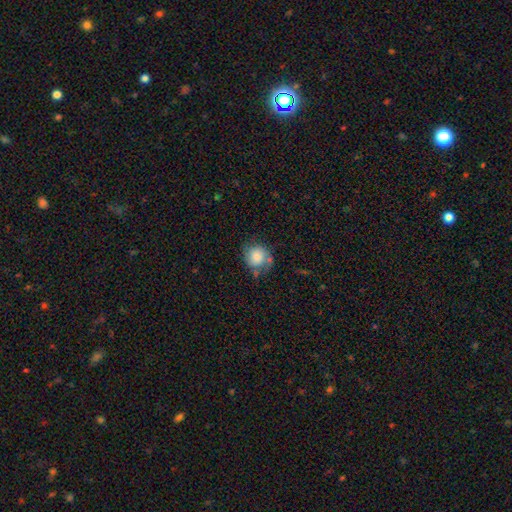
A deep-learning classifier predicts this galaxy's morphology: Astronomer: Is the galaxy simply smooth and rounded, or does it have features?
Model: smooth — 71%.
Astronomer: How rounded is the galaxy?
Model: round — 84%.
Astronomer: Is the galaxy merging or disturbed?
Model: none — 58%.